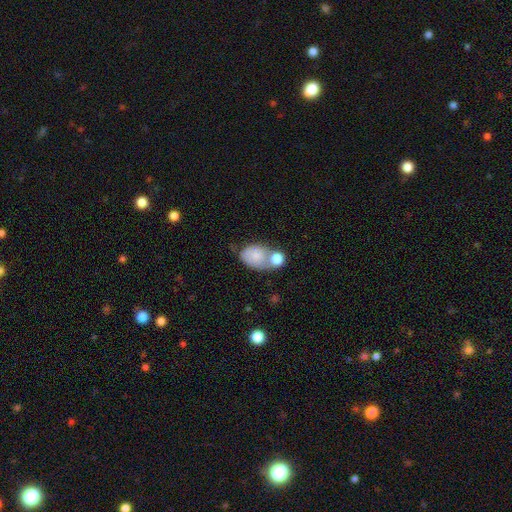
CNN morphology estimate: A smooth galaxy with no disk features (74%) that is in between round and cigar-shaped (80%). Merging: merger (41%).